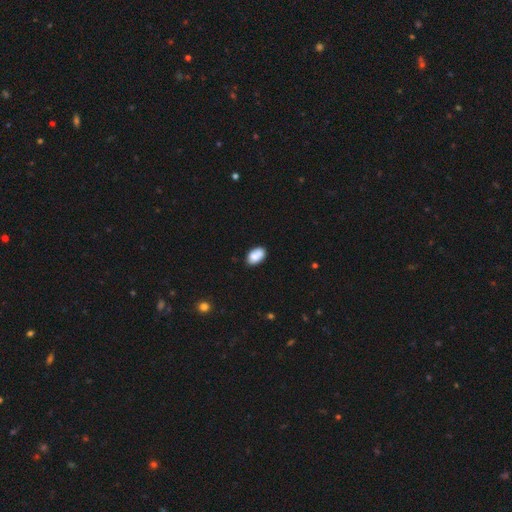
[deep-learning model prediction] Smooth or featured?
  - smooth: 84% *
  - featured or disk: 8%
  - star or artifact: 8%
How rounded?
  - in between: 90% *
  - round: 8%
  - cigar-shaped: 1%
Merging?
  - none: 71% *
  - minor disturbance: 19%
  - merger: 6%
  - major disturbance: 4%